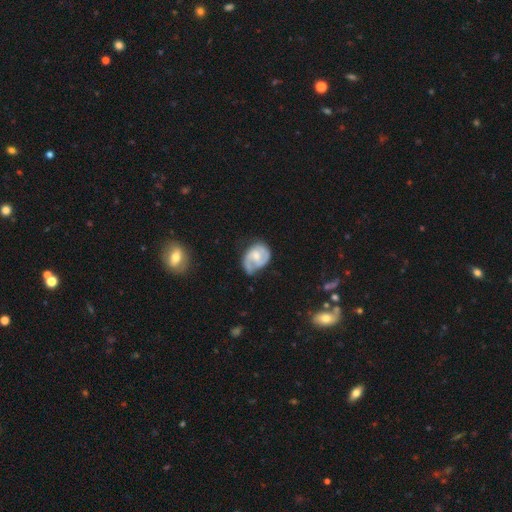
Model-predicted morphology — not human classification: This is likely a featured or disk galaxy (73%). It is clearly not viewed edge-on (98%). Bar: possibly no (50%). Spiral arm pattern: clearly yes (90%). Spiral arm count: likely 2 (66%). Spiral winding: marginally medium (44%). Central bulge: possibly moderate (50%). Merging: possibly none (47%).